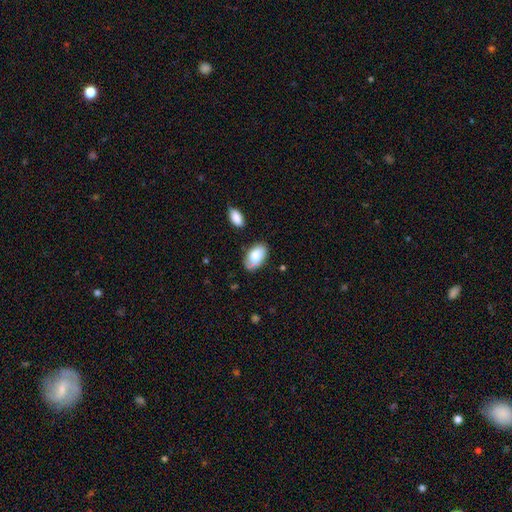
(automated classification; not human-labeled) Smooth or featured? smooth (72%)
How rounded? in between (93%)
Merging? none (70%)